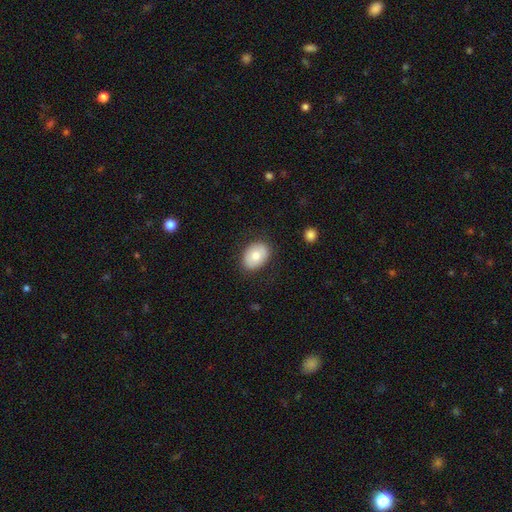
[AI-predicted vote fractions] smooth-or-featured: smooth: 76% | featured or disk: 17% | star or artifact: 7%
  how-rounded: in between: 75% | round: 24% | cigar-shaped: 1%
  merging: none: 84% | minor disturbance: 12% | major disturbance: 3% | merger: 1%